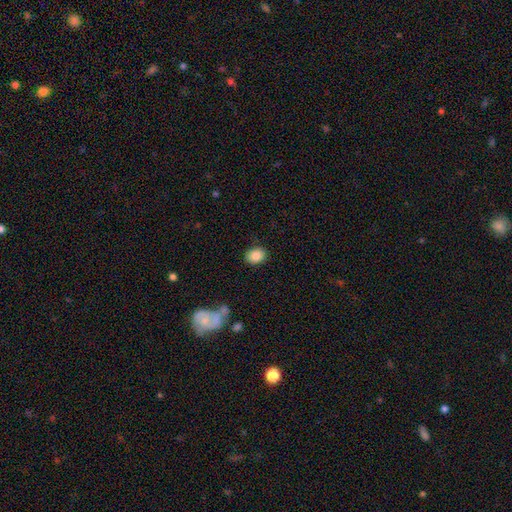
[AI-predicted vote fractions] Smooth or featured? smooth (87%)
How rounded? in between (62%)
Merging? none (86%)